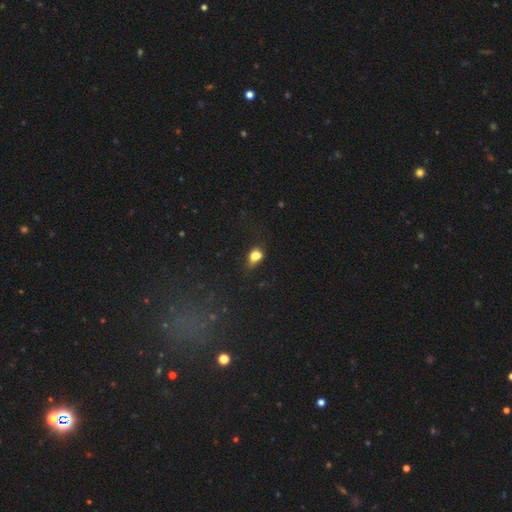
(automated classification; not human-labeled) Morphology: type=smooth (78%); roundness=in between (62%); merging=none (49%).